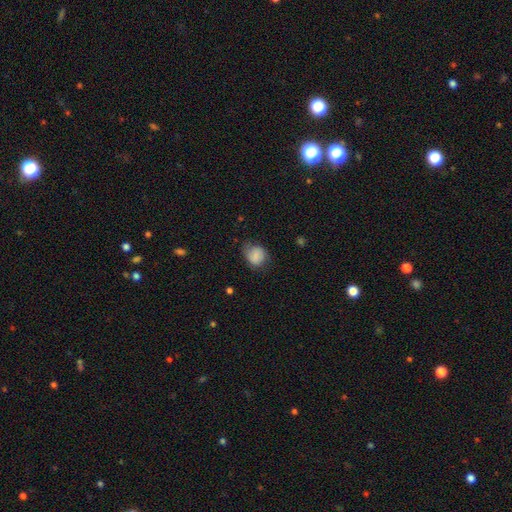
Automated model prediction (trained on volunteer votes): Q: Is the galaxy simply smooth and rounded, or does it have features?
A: smooth — 77%.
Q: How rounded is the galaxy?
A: round — 64%.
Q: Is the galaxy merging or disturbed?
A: none — 57%.